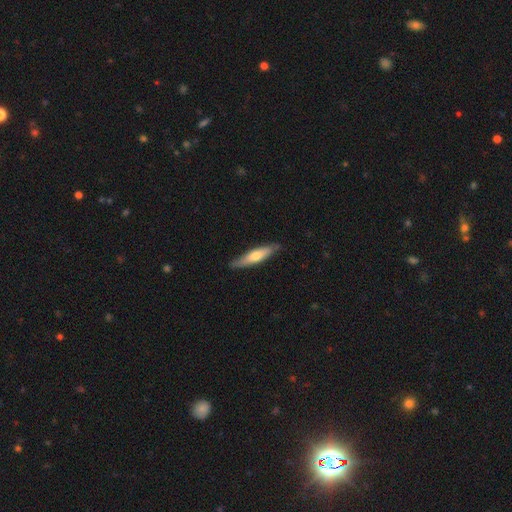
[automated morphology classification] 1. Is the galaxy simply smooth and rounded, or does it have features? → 55% smooth, 40% featured or disk, 5% star or artifact.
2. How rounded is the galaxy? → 81% cigar-shaped, 17% in between, 1% round.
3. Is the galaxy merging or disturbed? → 83% none, 14% minor disturbance, 2% major disturbance, 1% merger.